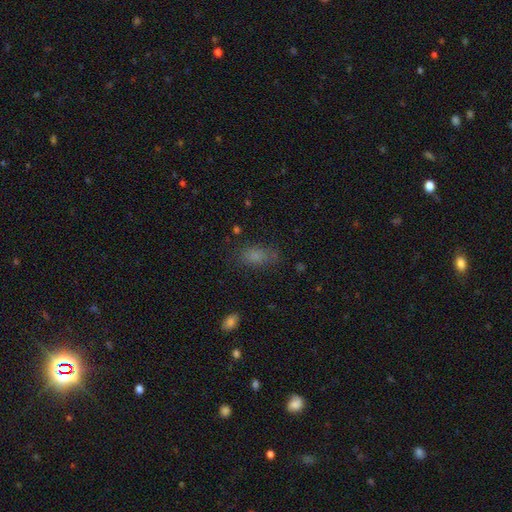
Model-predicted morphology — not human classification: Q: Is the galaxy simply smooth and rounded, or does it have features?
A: smooth — 77%.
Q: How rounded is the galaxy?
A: in between — 85%.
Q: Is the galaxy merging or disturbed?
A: none — 70%.